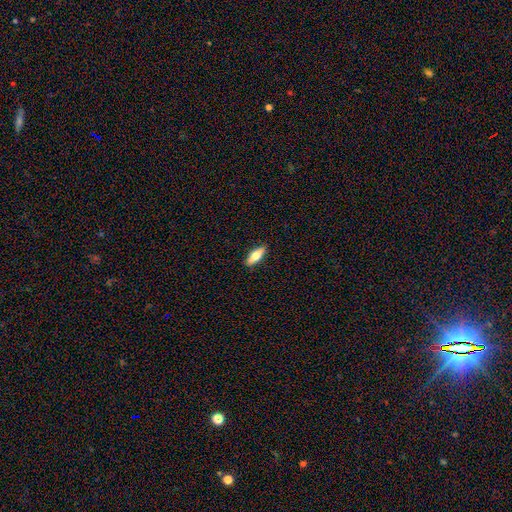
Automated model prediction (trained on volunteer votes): Smooth or featured? smooth (65%)
How rounded? in between (60%)
Merging? none (89%)